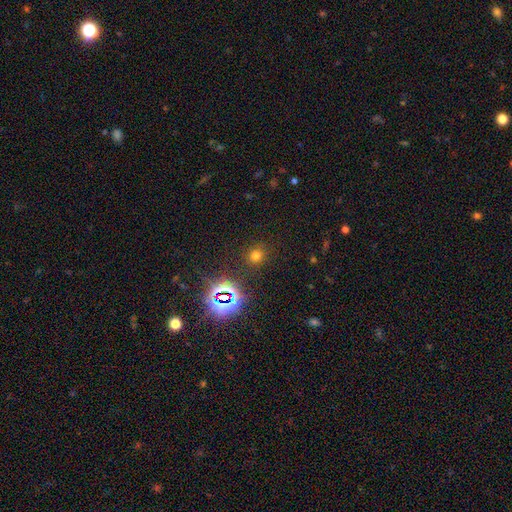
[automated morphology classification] A smooth galaxy with no disk features (65%) that is round (85%).

Vote fractions:
- Smooth or featured? smooth: 65% / star or artifact: 29% / featured or disk: 7%
- How rounded? round: 85% / in between: 14% / cigar-shaped: 1%
- Merging? none: 87% / minor disturbance: 7% / major disturbance: 3% / merger: 2%